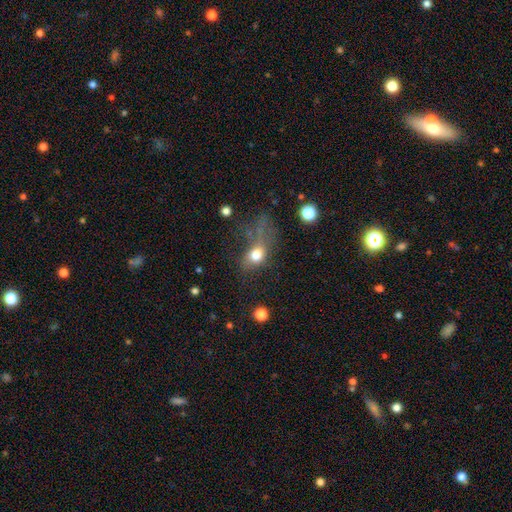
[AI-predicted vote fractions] Morphology: type=smooth (73%); roundness=in between (63%); merging=major disturbance (48%).